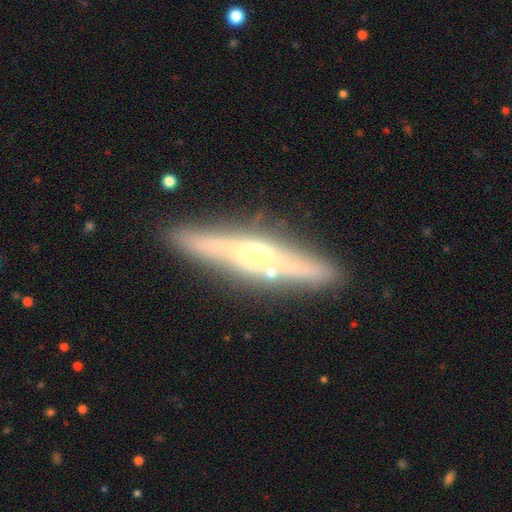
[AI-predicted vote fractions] featured or disk 71%, smooth 22%, star or artifact 6%. Down the decision tree: edge-on disk — yes (89%); edge-on bulge — rounded (89%); merging — none (84%).